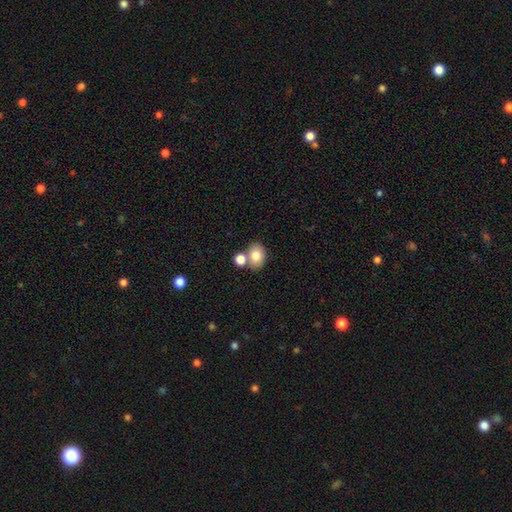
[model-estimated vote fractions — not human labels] The model was most divided on "how rounded": in between: 57%, round: 42%, cigar-shaped: 1%. More confident: smooth or featured — smooth (79%); merging — none (57%).